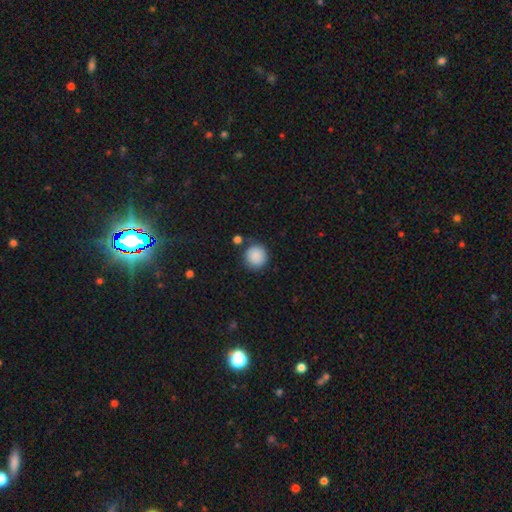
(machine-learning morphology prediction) smooth-or-featured: smooth: 89% | star or artifact: 8% | featured or disk: 3%
  how-rounded: round: 93% | in between: 6% | cigar-shaped: 1%
  merging: none: 84% | minor disturbance: 9% | merger: 4% | major disturbance: 3%